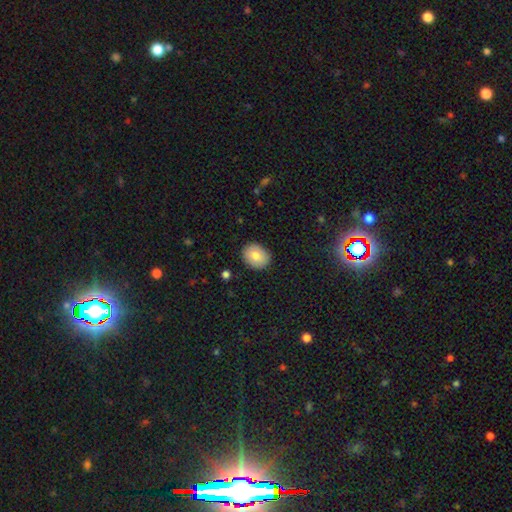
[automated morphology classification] The model was most divided on "how rounded": round: 51%, in between: 48%, cigar-shaped: 1%. More confident: merging — none (88%); smooth or featured — smooth (80%).